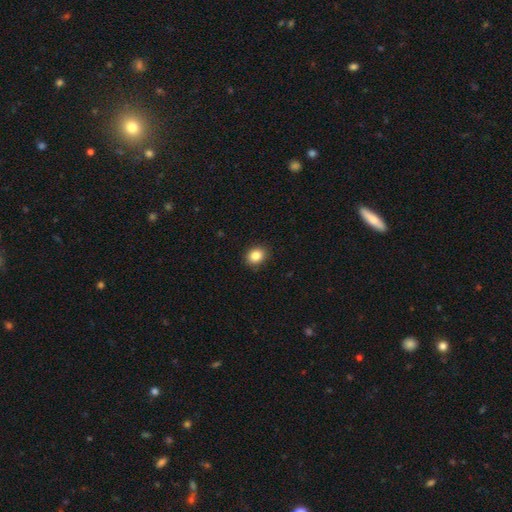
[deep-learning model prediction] This is clearly a smooth galaxy (85%). How rounded: likely round (63%). Merging: clearly none (90%).